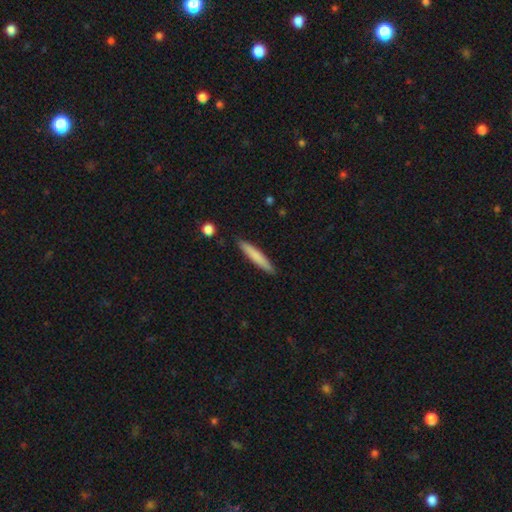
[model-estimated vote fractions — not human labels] The model was most divided on "smooth or featured": smooth: 77%, featured or disk: 18%, star or artifact: 6%. More confident: how rounded — cigar-shaped (94%); merging — none (90%).